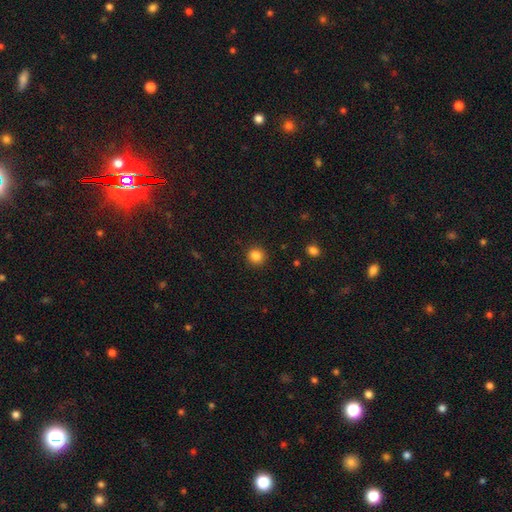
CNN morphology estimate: A smooth galaxy with no disk features (84%) that is round (93%). Merging: none (92%).